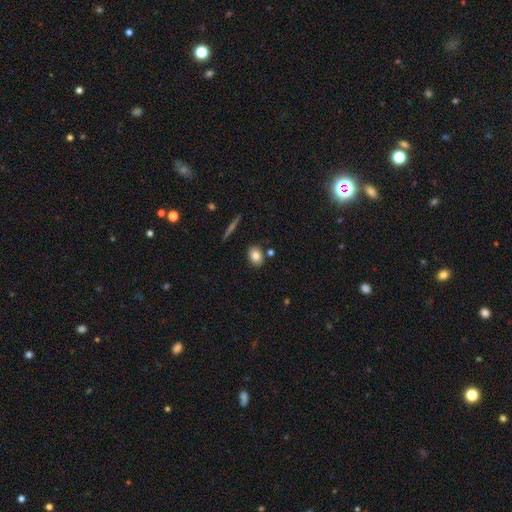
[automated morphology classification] Q: Smooth or featured?
A: smooth (81%); runner-up: featured or disk (10%)
Q: How rounded?
A: in between (68%); runner-up: round (30%)
Q: Merging?
A: none (83%); runner-up: minor disturbance (9%)